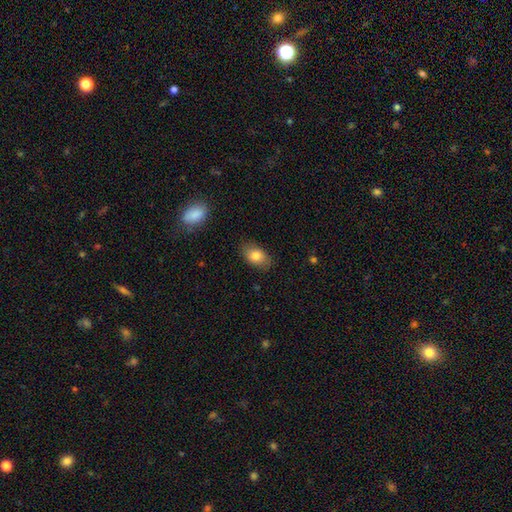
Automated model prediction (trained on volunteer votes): smooth-or-featured: smooth: 81% | featured or disk: 11% | star or artifact: 8%
  how-rounded: in between: 88% | round: 10% | cigar-shaped: 2%
  merging: none: 83% | minor disturbance: 13% | major disturbance: 3% | merger: 1%